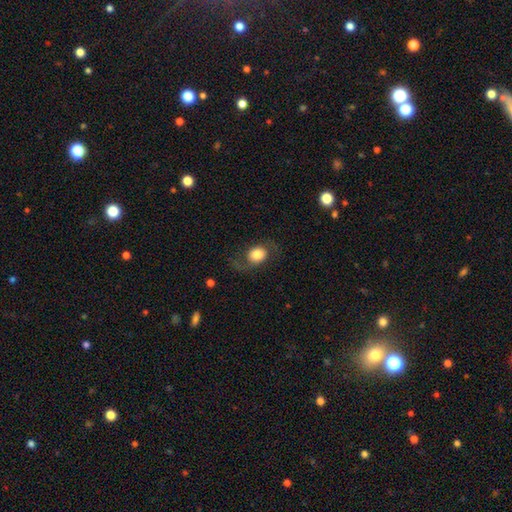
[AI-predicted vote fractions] A smooth galaxy with no disk features (53%) that is round (62%). Merging: none (68%).